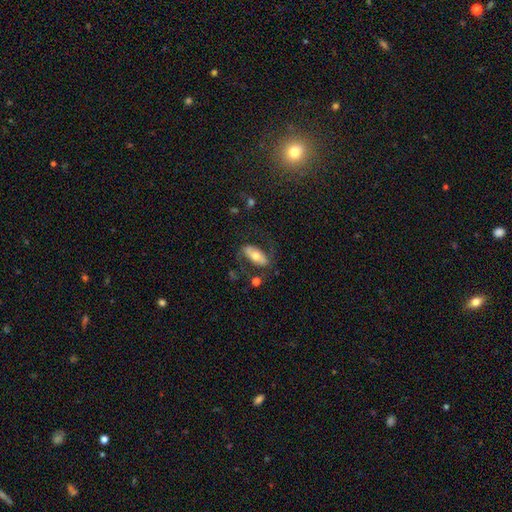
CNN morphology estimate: smooth_or_featured: smooth (p=0.50) [alt: featured or disk p=0.44]
merging: none (p=0.64) [alt: minor disturbance p=0.18]